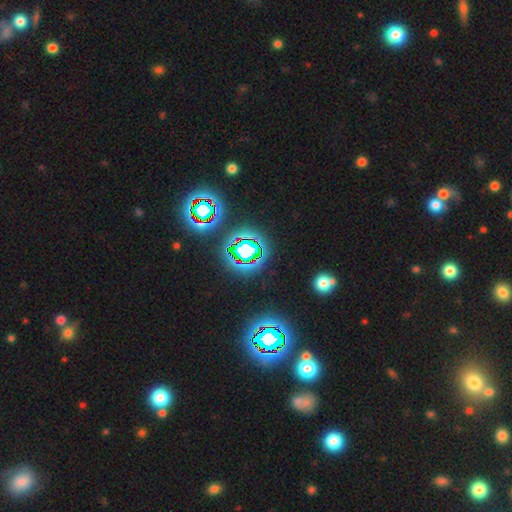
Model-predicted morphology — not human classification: This is likely a star or artifact rather than a galaxy (79%).